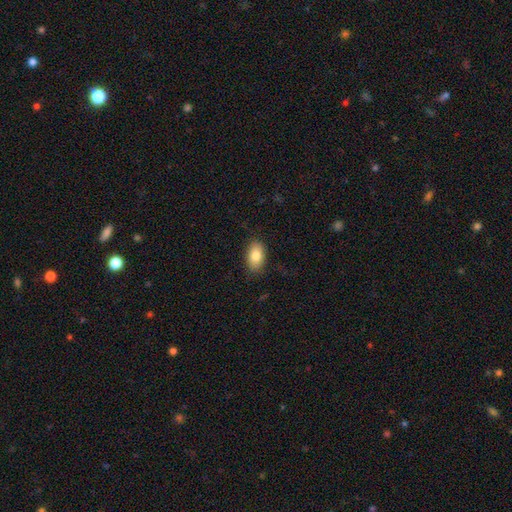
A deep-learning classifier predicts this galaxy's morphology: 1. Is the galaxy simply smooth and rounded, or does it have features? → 83% smooth, 10% featured or disk, 7% star or artifact.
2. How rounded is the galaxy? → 92% in between, 6% round, 2% cigar-shaped.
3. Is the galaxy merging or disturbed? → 86% none, 11% minor disturbance, 2% major disturbance, 1% merger.